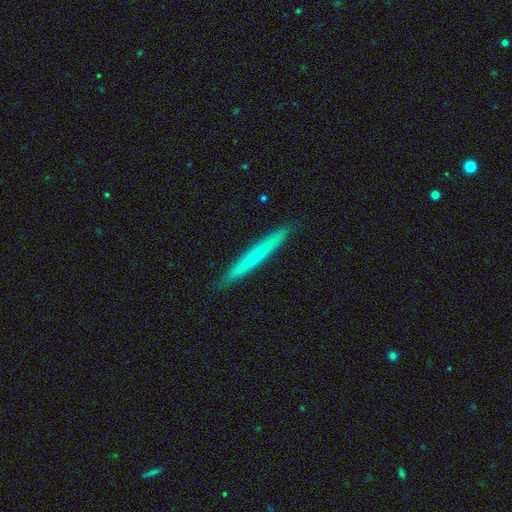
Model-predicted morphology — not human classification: type=smooth (53%); roundness=cigar-shaped (97%); merging=none (92%).